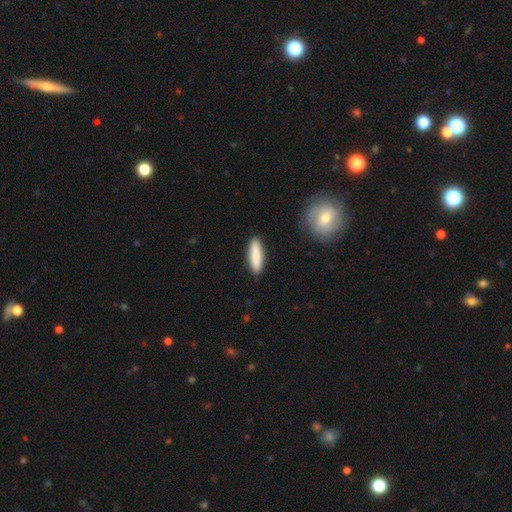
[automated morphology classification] type=smooth (86%); roundness=cigar-shaped (68%); merging=none (89%).